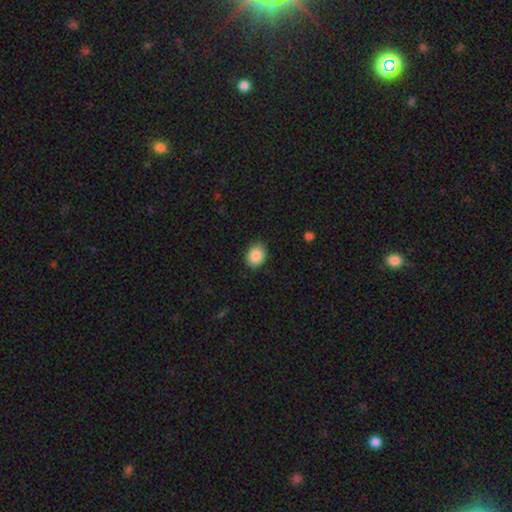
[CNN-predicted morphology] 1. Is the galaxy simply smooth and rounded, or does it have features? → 87% smooth, 8% star or artifact, 5% featured or disk.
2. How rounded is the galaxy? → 51% round, 48% in between, 1% cigar-shaped.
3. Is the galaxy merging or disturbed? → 82% none, 14% minor disturbance, 2% major disturbance, 1% merger.